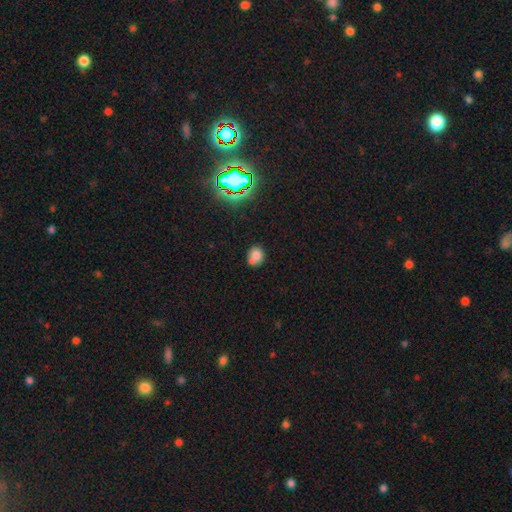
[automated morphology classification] type=smooth (74%); roundness=round (63%); merging=none (50%).